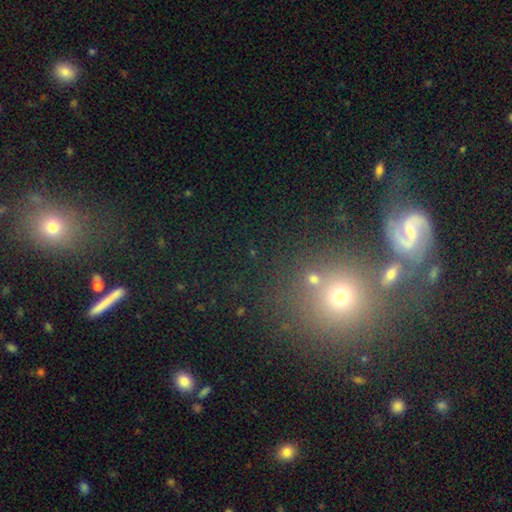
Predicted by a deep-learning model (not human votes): The model was most divided on "smooth or featured": smooth: 42%, star or artifact: 36%, featured or disk: 22%. More confident: merging — none (64%).